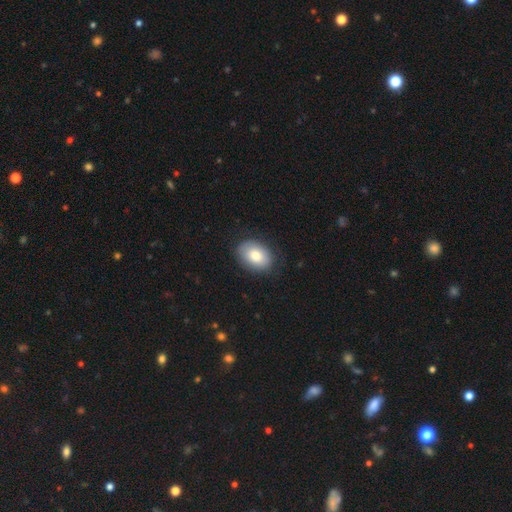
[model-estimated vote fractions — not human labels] smooth_or_featured: smooth (p=0.80) [alt: featured or disk p=0.13]
how_rounded: in between (p=0.79) [alt: round p=0.20]
merging: none (p=0.83) [alt: minor disturbance p=0.13]